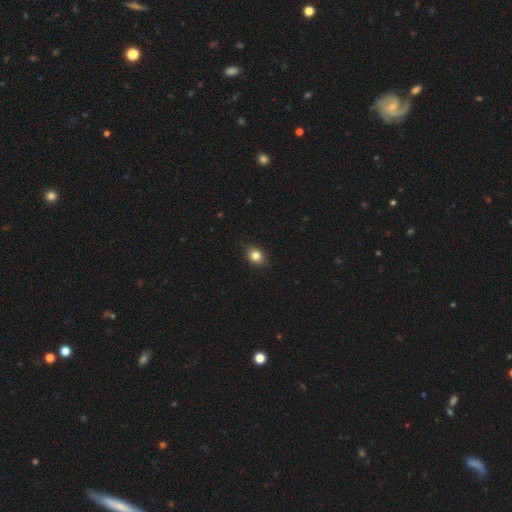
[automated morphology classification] Smooth or featured? Predicted: smooth (p=0.80). How rounded? Predicted: in between (p=0.59). Merging? Predicted: none (p=0.83).